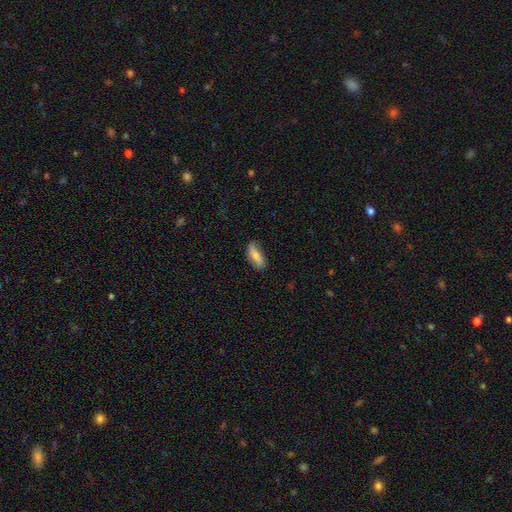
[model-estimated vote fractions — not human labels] Q: Smooth or featured?
A: smooth (77%); runner-up: featured or disk (17%)
Q: How rounded?
A: in between (74%); runner-up: cigar-shaped (23%)
Q: Merging?
A: none (72%); runner-up: minor disturbance (22%)